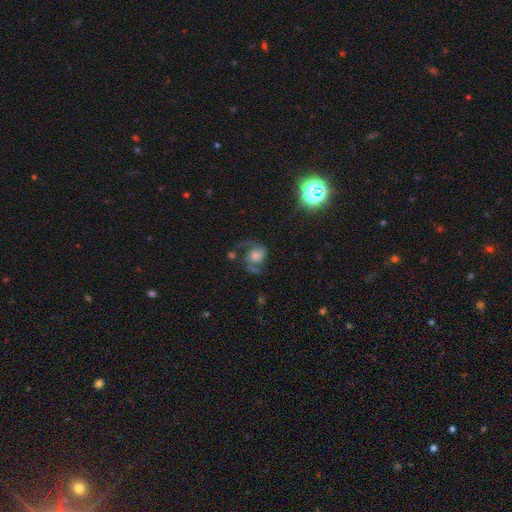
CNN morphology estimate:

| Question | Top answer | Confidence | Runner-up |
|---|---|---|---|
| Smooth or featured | featured or disk | 74% | smooth (16%) |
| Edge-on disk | no | 98% | yes (2%) |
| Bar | no | 70% | weak (24%) |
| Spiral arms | yes | 94% | no (6%) |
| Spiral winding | medium | 47% | loose (39%) |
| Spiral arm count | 2 | 86% | 1 (6%) |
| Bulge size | moderate | 44% | large (26%) |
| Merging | none | 59% | major disturbance (19%) |